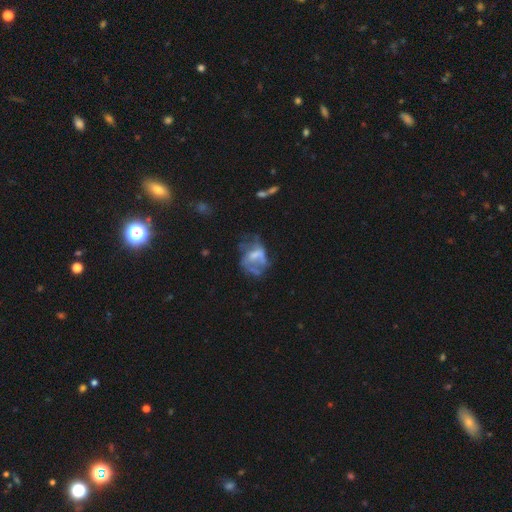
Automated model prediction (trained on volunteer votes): A featured or disk galaxy (54%) with no bar (60%), no spiral arms (70%) and no central bulge (37%).

Vote fractions:
- Smooth or featured? featured or disk: 54% / smooth: 34% / star or artifact: 12%
- Edge-on disk? no: 97% / yes: 3%
- Bar? no: 60% / weak: 31% / strong: 9%
- Spiral arms? no: 70% / yes: 30%
- Bulge size? none: 37% / moderate: 30% / small: 24% / large: 9% / dominant: 1%
- Merging? major disturbance: 41% / none: 31% / minor disturbance: 22% / merger: 6%